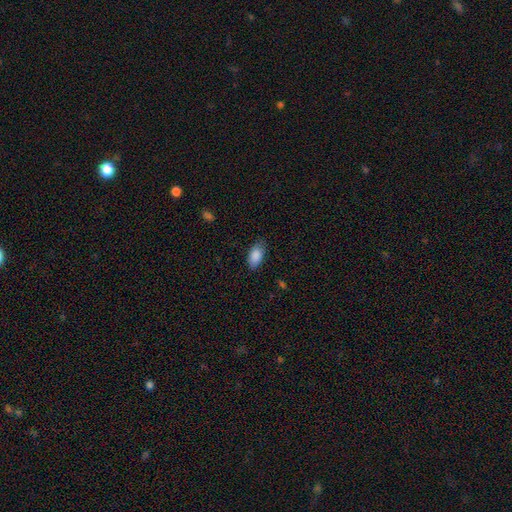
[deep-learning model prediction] Q: Smooth or featured?
A: smooth (88%); runner-up: star or artifact (6%)
Q: How rounded?
A: in between (93%); runner-up: cigar-shaped (4%)
Q: Merging?
A: none (77%); runner-up: minor disturbance (18%)